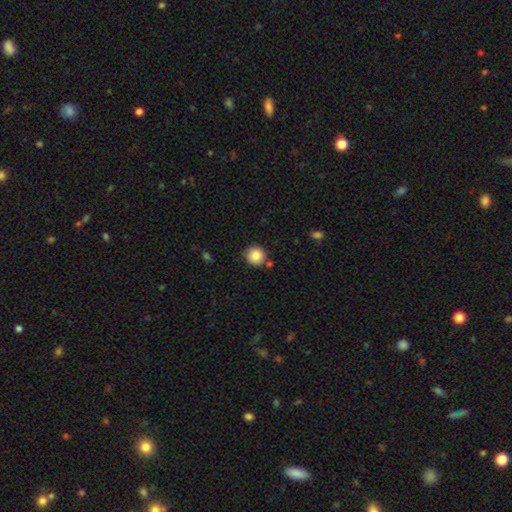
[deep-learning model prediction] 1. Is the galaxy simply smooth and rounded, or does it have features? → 87% smooth, 9% star or artifact, 4% featured or disk.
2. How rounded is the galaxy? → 93% round, 6% in between, 1% cigar-shaped.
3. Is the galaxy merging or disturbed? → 82% none, 10% minor disturbance, 6% merger, 3% major disturbance.